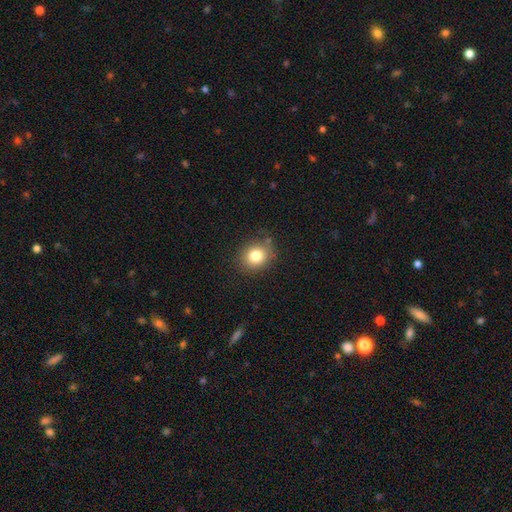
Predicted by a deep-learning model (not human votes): Smooth or featured? smooth (81%)
How rounded? round (71%)
Merging? none (81%)